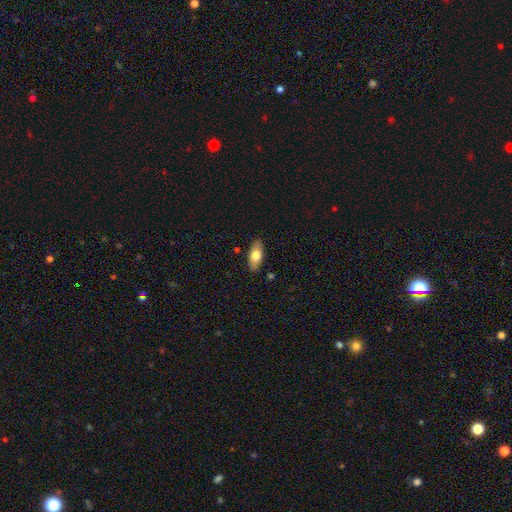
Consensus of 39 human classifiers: Smooth or featured?
  - smooth: 82% *
  - star or artifact: 10%
  - featured or disk: 8%
How rounded?
  - in between: 91% *
  - cigar-shaped: 9%
  - round: 0%
Merging?
  - none: 86% *
  - minor disturbance: 11%
  - major disturbance: 3%
  - merger: 0%